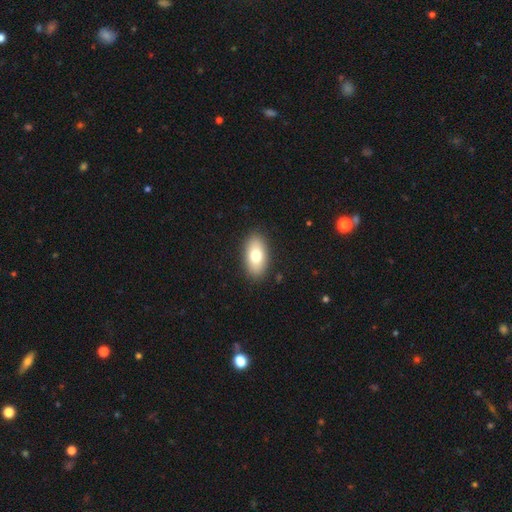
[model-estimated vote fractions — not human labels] This appears to be a smooth galaxy with no disk features (75%) that is in between round and cigar-shaped (92%). Merging: none (88%).